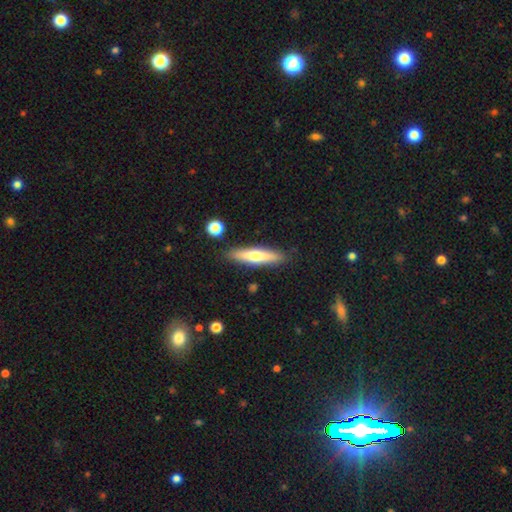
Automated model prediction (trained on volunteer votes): Smooth or featured? Predicted: smooth (p=0.60). How rounded? Predicted: cigar-shaped (p=0.82). Merging? Predicted: none (p=0.86).